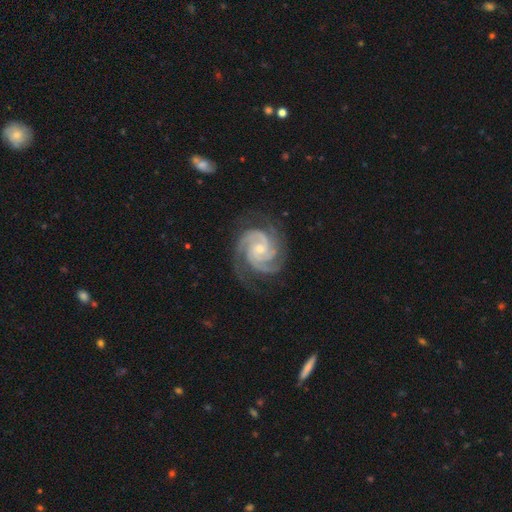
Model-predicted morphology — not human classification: smooth-or-featured: featured or disk: 94% | star or artifact: 4% | smooth: 3%
  disk-edge-on: no: 98% | yes: 2%
    bar: no: 66% | weak: 26% | strong: 8%
    has-spiral-arms: yes: 99% | no: 1%
      spiral-winding: tight: 66% | medium: 31% | loose: 3%
      spiral-arm-count: 3: 55% | 2: 20% | 4: 11% | can't tell: 5% | more than 4: 4% | 1: 4%
    bulge-size: small: 63% | moderate: 33% | none: 2% | large: 1% | dominant: 1%
  merging: none: 78% | minor disturbance: 15% | major disturbance: 5% | merger: 1%